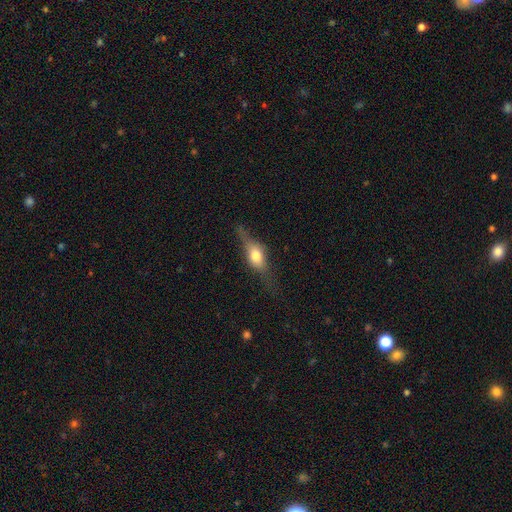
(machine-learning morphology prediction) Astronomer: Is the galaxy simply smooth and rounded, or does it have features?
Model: featured or disk — 48% (runner-up: smooth, 43%).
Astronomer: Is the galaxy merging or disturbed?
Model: none — 61%.